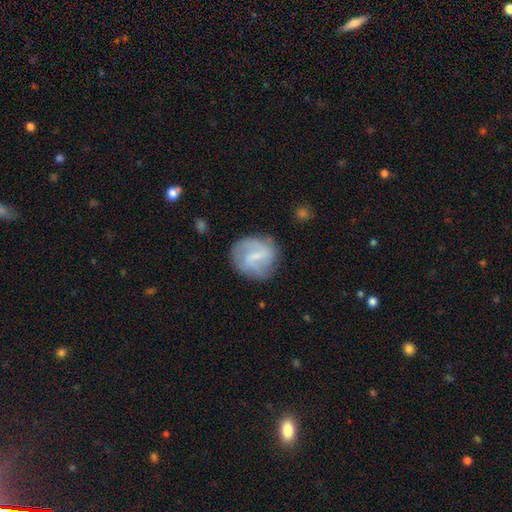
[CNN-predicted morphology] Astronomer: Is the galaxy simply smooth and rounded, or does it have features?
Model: featured or disk — 59% (runner-up: smooth, 35%).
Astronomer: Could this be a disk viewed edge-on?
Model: no — 97%.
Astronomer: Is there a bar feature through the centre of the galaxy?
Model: weak — 55%.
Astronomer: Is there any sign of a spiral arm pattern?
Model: yes — 75%.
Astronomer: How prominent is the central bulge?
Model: small — 55%.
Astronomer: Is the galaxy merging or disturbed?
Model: none — 72%.